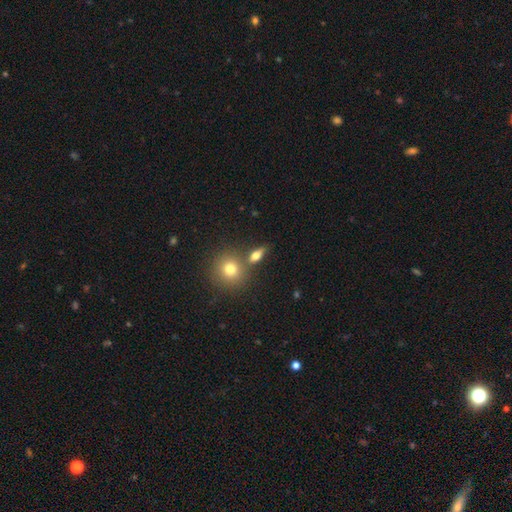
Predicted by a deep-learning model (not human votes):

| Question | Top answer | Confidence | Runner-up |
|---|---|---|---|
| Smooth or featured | smooth | 69% | featured or disk (19%) |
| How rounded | in between | 54% | round (28%) |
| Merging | none | 69% | merger (15%) |